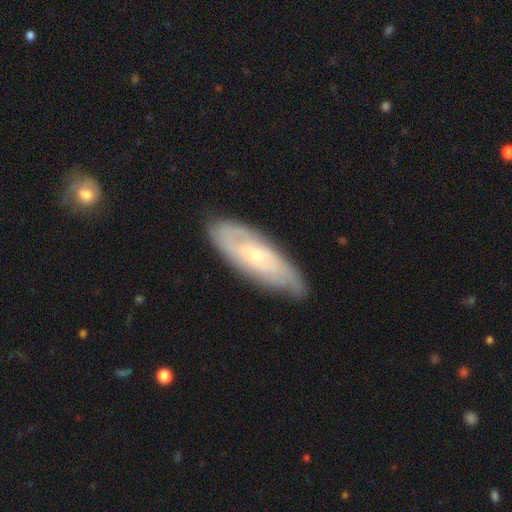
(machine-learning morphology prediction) This is likely a featured or disk galaxy (63%). It is likely not viewed edge-on (80%). Merging: likely none (74%).